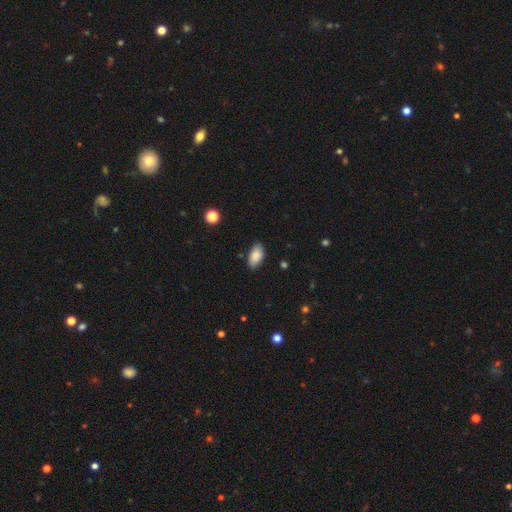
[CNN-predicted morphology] Smooth or featured? Predicted: smooth (p=0.87). How rounded? Predicted: in between (p=0.94). Merging? Predicted: none (p=0.83).